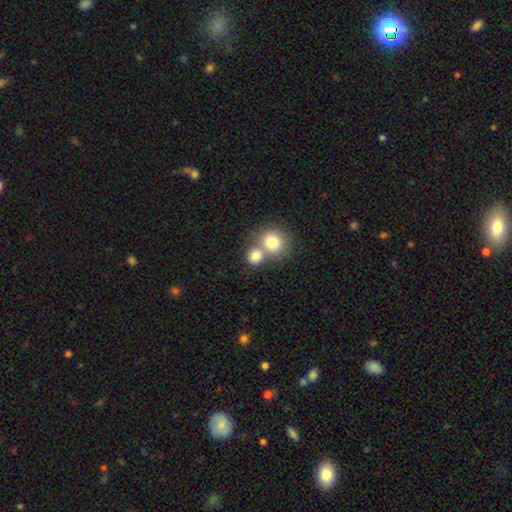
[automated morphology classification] The model was most divided on "merging": merger: 52%, none: 39%, minor disturbance: 6%, major disturbance: 3%. More confident: smooth or featured — smooth (81%); how rounded — round (79%).